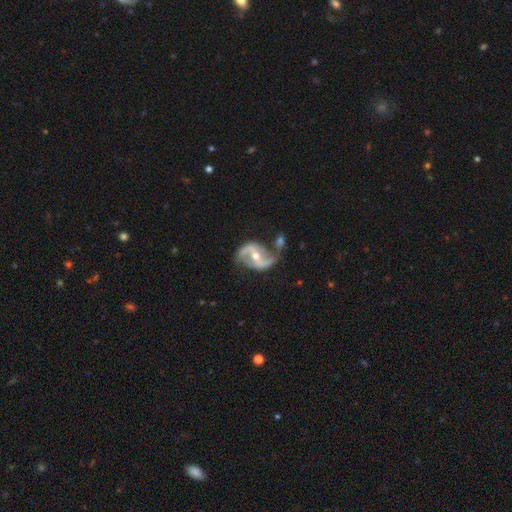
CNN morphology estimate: This is clearly a featured or disk galaxy (90%). It is clearly not viewed edge-on (97%). Bar: marginally strong (36%). Spiral arm pattern: clearly yes (95%). Spiral arm count: clearly 2 (93%). Spiral winding: possibly loose (51%). Central bulge: likely moderate (63%). Merging: possibly none (60%).